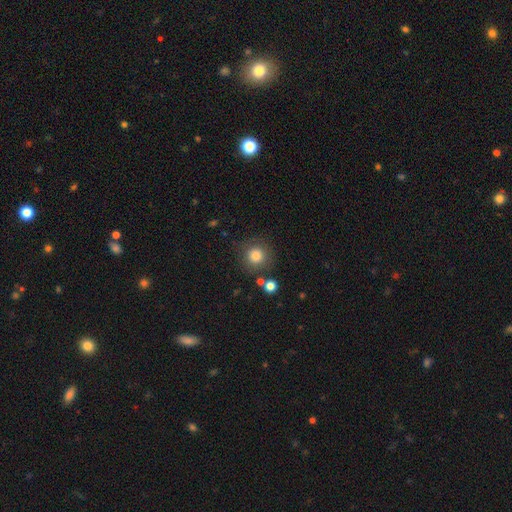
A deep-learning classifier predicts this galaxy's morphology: Overall: smooth (82%). How rounded: round (93%). Merging: none (80%).